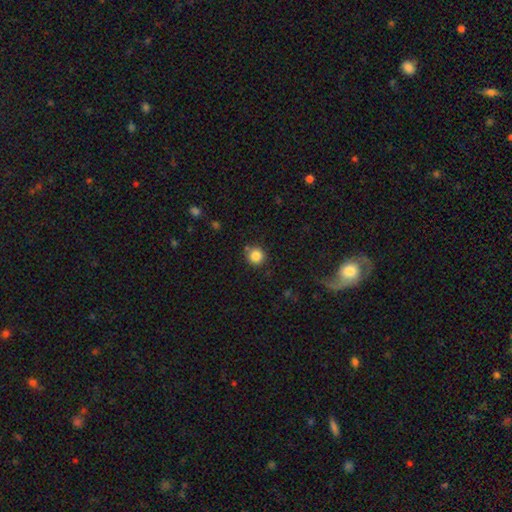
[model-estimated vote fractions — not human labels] The model was most divided on "smooth or featured": smooth: 84%, star or artifact: 11%, featured or disk: 5%. More confident: how rounded — round (93%); merging — none (84%).